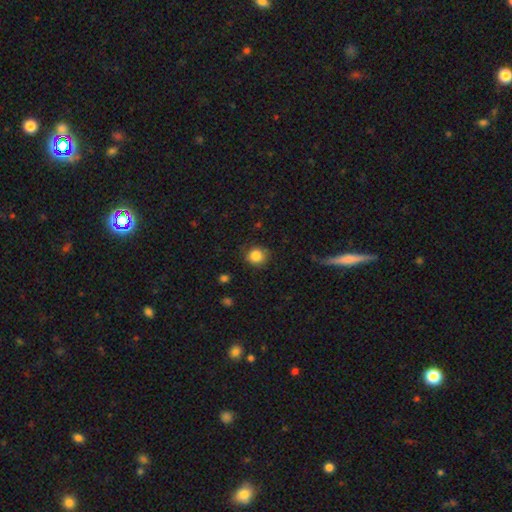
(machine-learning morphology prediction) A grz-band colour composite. It shows a smooth galaxy with no disk features (86%) that is round (85%). Merging: none (83%).